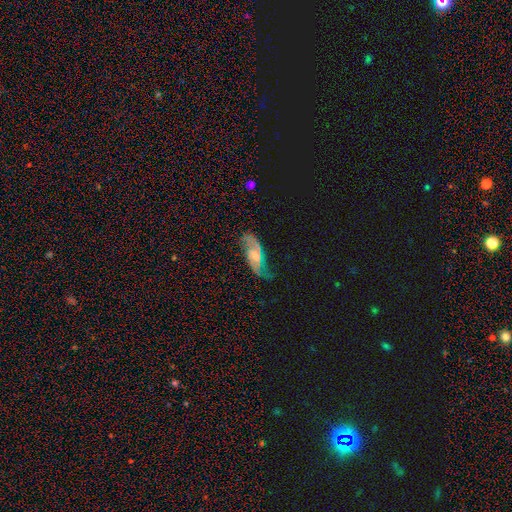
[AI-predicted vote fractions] Q: Smooth or featured?
A: featured or disk (79%); runner-up: smooth (14%)
Q: Edge-on disk?
A: no (94%); runner-up: yes (6%)
Q: Bar?
A: weak (50%); runner-up: no (36%)
Q: Spiral arms?
A: yes (94%); runner-up: no (6%)
Q: Spiral winding?
A: medium (45%); runner-up: loose (40%)
Q: Spiral arm count?
A: 2 (89%); runner-up: can't tell (5%)
Q: Bulge size?
A: small (48%); runner-up: moderate (35%)
Q: Merging?
A: none (68%); runner-up: minor disturbance (19%)